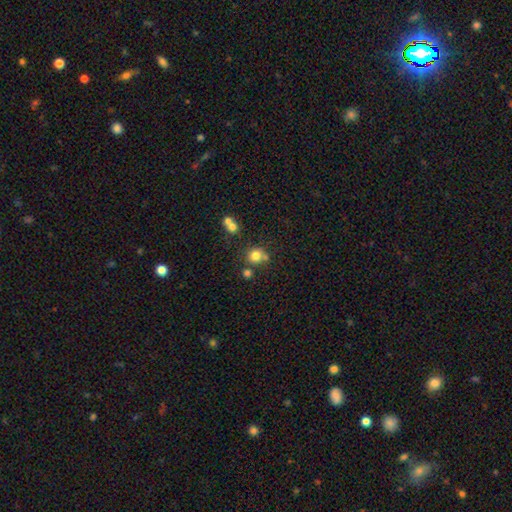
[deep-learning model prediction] This appears to be a smooth galaxy with no disk features (79%) that is round (86%). Merging: none (65%).